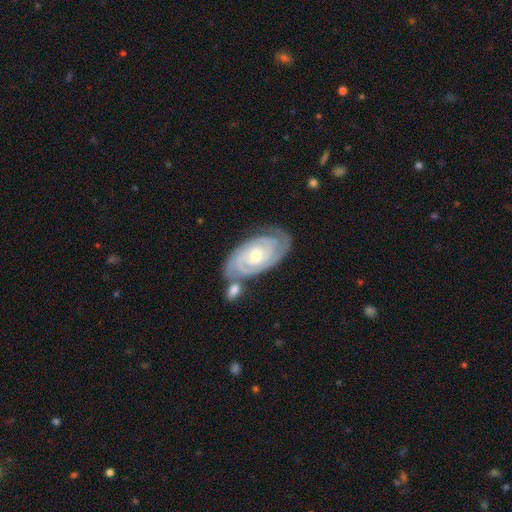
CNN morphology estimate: smooth_or_featured: featured or disk (p=0.89) [alt: smooth p=0.07]
disk_edge_on: no (p=0.96) [alt: yes p=0.04]
bar: no (p=0.69) [alt: weak p=0.23]
has_spiral_arms: yes (p=0.97) [alt: no p=0.03]
spiral_winding: tight (p=0.84) [alt: medium p=0.14]
spiral_arm_count: 2 (p=0.58) [alt: can't tell p=0.16]
bulge_size: small (p=0.52) [alt: moderate p=0.45]
merging: none (p=0.64) [alt: minor disturbance p=0.16]